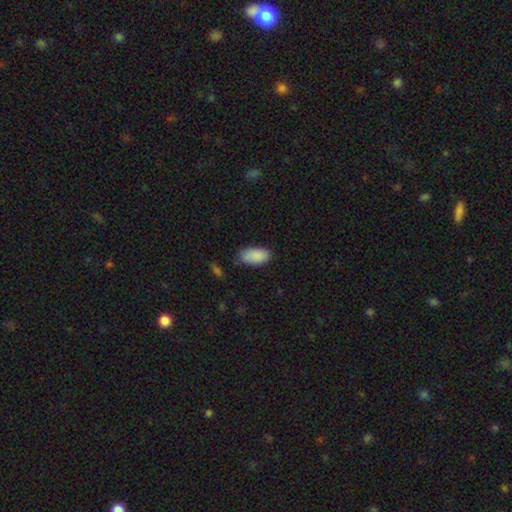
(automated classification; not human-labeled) The model was most divided on "merging": none: 78%, minor disturbance: 17%, major disturbance: 3%, merger: 2%. More confident: how rounded — in between (94%); smooth or featured — smooth (89%).